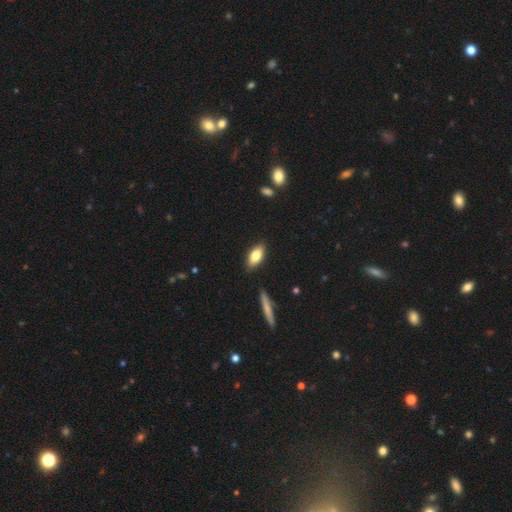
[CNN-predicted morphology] smooth-or-featured: smooth: 78% | featured or disk: 15% | star or artifact: 7%
  how-rounded: in between: 85% | cigar-shaped: 12% | round: 3%
  merging: none: 87% | minor disturbance: 9% | major disturbance: 2% | merger: 2%